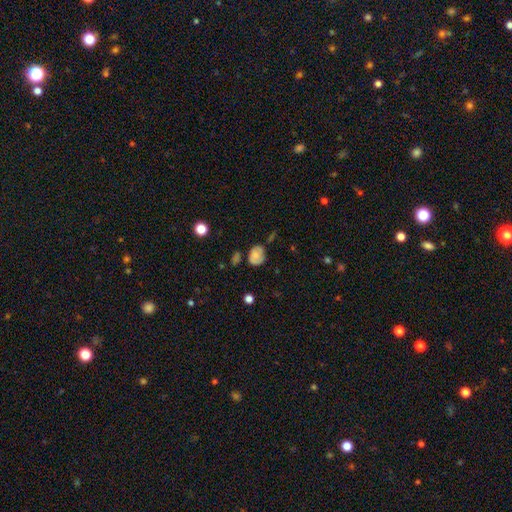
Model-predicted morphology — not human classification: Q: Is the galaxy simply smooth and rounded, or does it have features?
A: smooth — 68%.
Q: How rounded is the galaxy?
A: round — 51%.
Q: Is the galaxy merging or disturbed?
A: none — 58%.